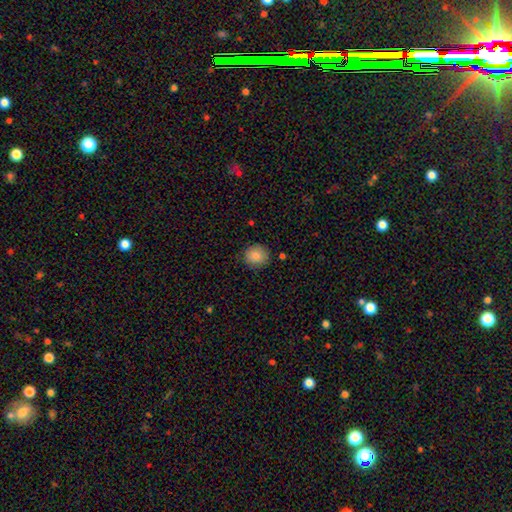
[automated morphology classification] Smooth or featured?
  - smooth: 86% *
  - star or artifact: 9%
  - featured or disk: 6%
How rounded?
  - round: 87% *
  - in between: 12%
  - cigar-shaped: 1%
Merging?
  - none: 87% *
  - minor disturbance: 10%
  - major disturbance: 2%
  - merger: 2%